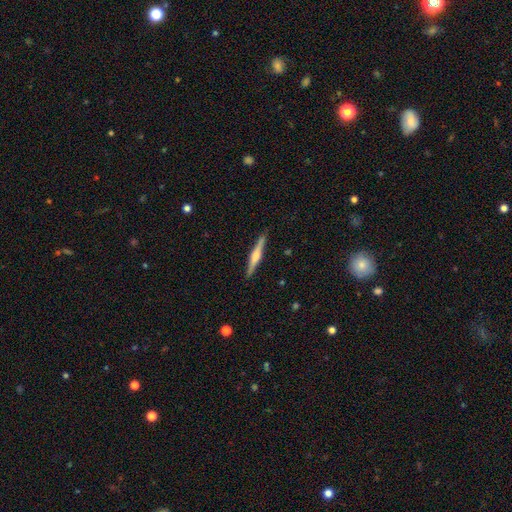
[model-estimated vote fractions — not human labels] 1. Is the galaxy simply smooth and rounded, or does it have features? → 65% featured or disk, 29% smooth, 5% star or artifact.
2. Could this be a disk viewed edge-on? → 98% yes, 2% no.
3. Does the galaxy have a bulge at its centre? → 78% rounded, 13% boxy, 8% none.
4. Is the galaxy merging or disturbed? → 91% none, 6% minor disturbance, 1% major disturbance, 1% merger.